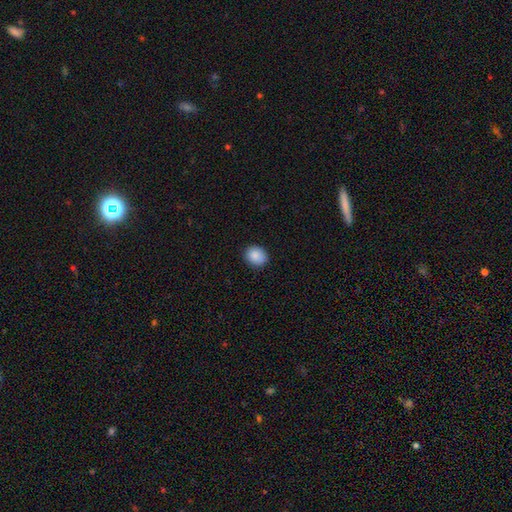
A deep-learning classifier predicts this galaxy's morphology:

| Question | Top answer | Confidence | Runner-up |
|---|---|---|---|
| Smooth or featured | smooth | 87% | star or artifact (8%) |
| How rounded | round | 68% | in between (31%) |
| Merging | none | 85% | minor disturbance (11%) |